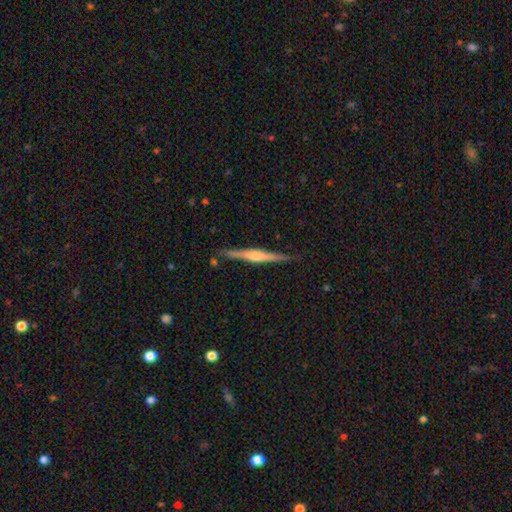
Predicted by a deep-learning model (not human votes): featured or disk 73%, smooth 22%, star or artifact 6%. Down the decision tree: edge-on disk — yes (98%); edge-on bulge — rounded (66%); merging — none (88%).